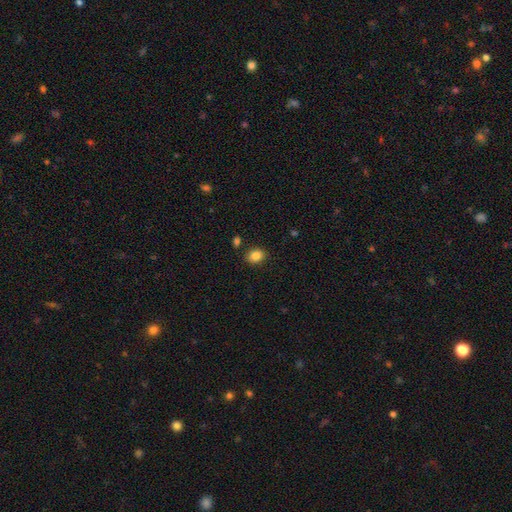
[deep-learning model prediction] smooth_or_featured: smooth (p=0.85) [alt: star or artifact p=0.10]
how_rounded: round (p=0.51) [alt: in between p=0.48]
merging: none (p=0.85) [alt: minor disturbance p=0.09]